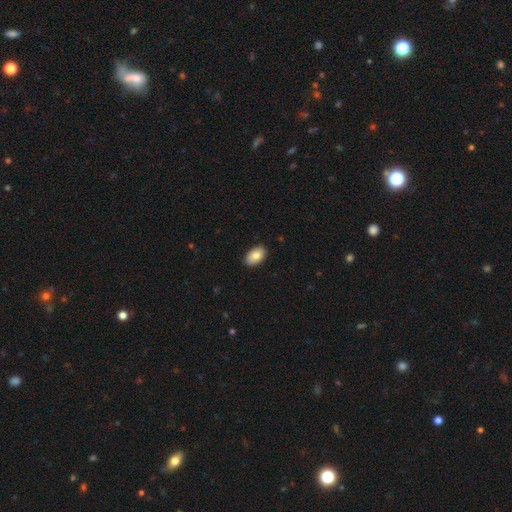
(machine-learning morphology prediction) The model was most divided on "smooth or featured": smooth: 84%, featured or disk: 9%, star or artifact: 7%. More confident: how rounded — in between (93%); merging — none (89%).